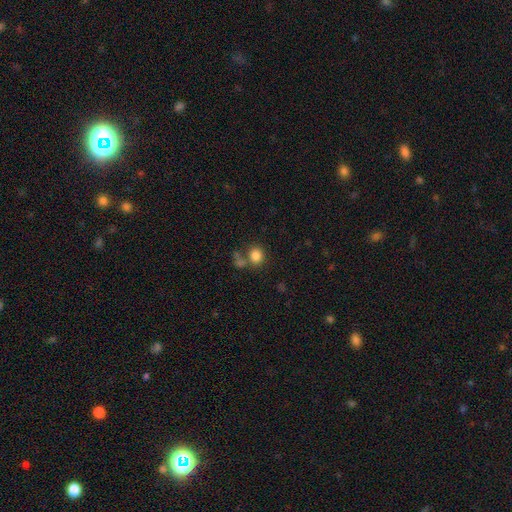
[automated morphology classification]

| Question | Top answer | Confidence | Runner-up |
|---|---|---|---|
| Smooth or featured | smooth | 82% | star or artifact (11%) |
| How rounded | round | 77% | in between (22%) |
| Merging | none | 59% | merger (24%) |